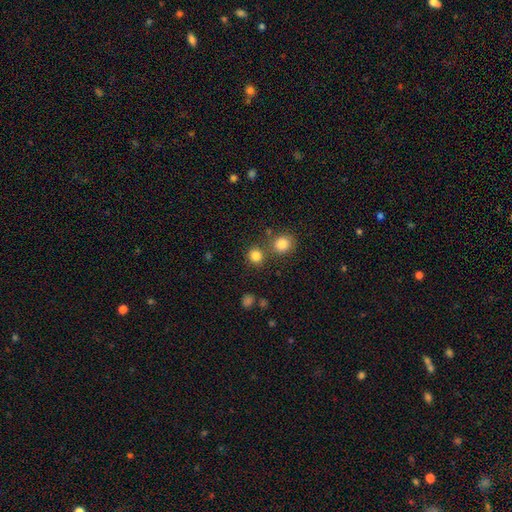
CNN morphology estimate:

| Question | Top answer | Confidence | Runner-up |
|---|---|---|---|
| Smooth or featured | smooth | 83% | star or artifact (13%) |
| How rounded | round | 88% | in between (11%) |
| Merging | none | 72% | merger (18%) |